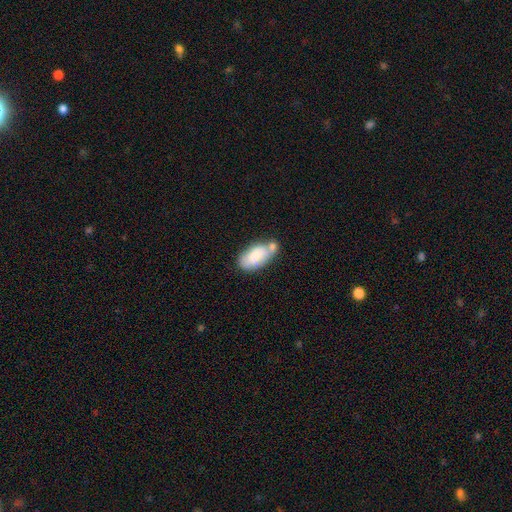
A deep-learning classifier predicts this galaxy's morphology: Smooth or featured? smooth (77%)
How rounded? in between (94%)
Merging? none (38%)